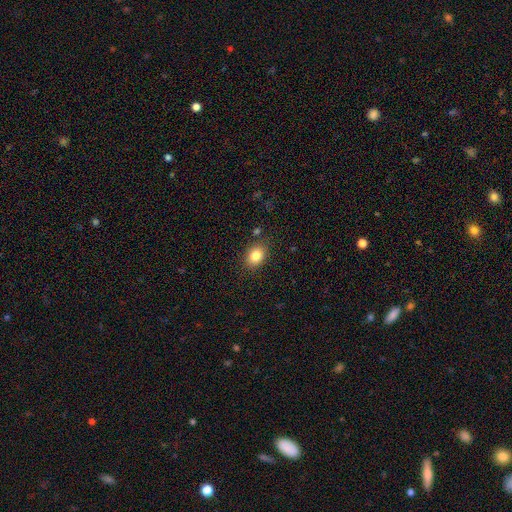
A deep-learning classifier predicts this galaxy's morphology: Smooth or featured?
  - smooth: 83% *
  - star or artifact: 10%
  - featured or disk: 8%
How rounded?
  - in between: 61% *
  - round: 38%
  - cigar-shaped: 1%
Merging?
  - none: 84% *
  - minor disturbance: 11%
  - major disturbance: 3%
  - merger: 2%